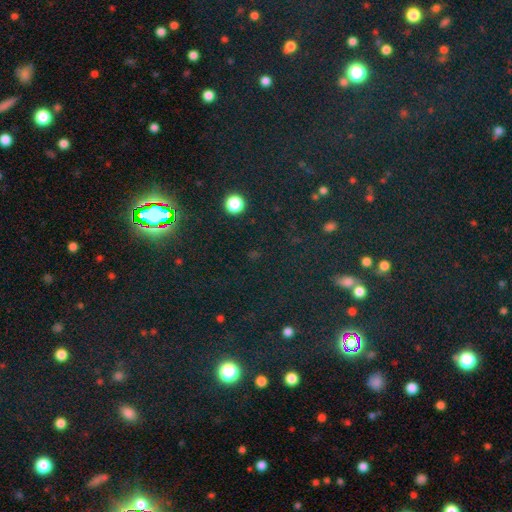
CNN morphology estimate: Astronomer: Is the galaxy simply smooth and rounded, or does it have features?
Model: star or artifact — 74%.